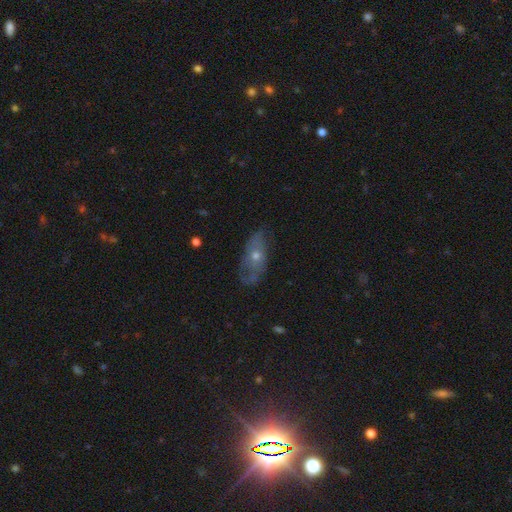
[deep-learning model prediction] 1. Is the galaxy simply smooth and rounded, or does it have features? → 55% featured or disk, 35% smooth, 10% star or artifact.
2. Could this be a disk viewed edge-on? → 80% no, 20% yes.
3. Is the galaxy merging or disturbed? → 61% none, 25% minor disturbance, 12% major disturbance, 2% merger.